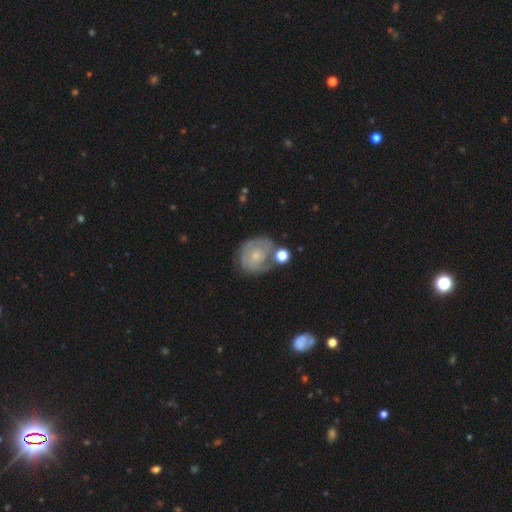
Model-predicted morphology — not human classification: The model was most divided on "spiral arm count": can't tell: 42%, 2: 31%, 3: 11%, 1: 9%, 4: 4%, more than 4: 3%. More confident: edge-on disk — no (98%); bar — no (79%); spiral arms — yes (78%); bulge size — small (69%); smooth or featured — featured or disk (66%); spiral winding — tight (63%); merging — none (55%).